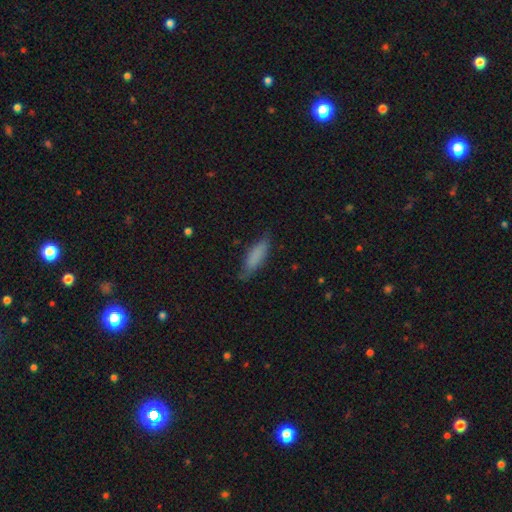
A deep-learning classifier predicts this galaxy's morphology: The model was most divided on "how rounded": cigar-shaped: 58%, in between: 41%, round: 2%. More confident: smooth or featured — smooth (80%); merging — none (73%).